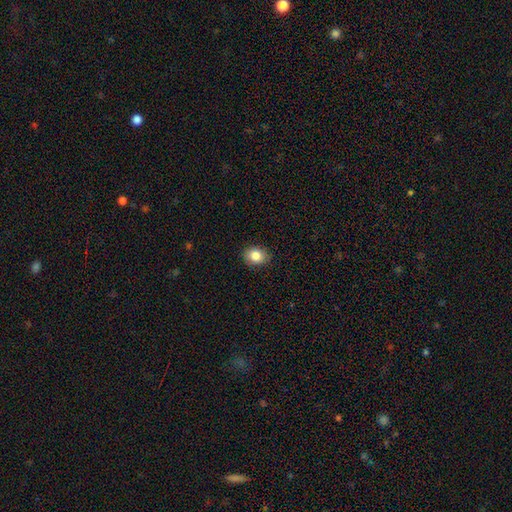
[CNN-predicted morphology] This appears to be a smooth galaxy with no disk features (84%) that is round (54%). Merging: none (89%).